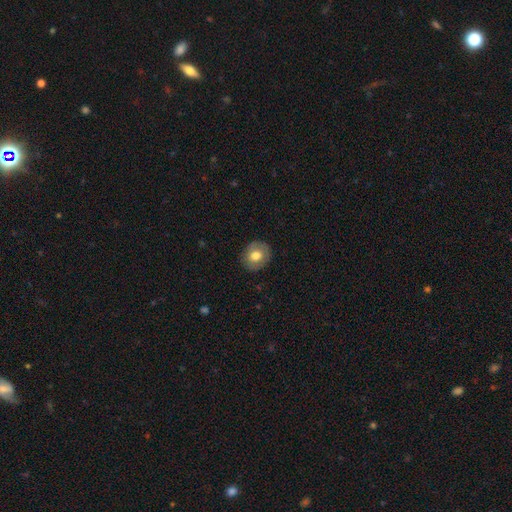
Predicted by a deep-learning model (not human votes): Q: Smooth or featured?
A: smooth (68%); runner-up: featured or disk (24%)
Q: How rounded?
A: round (73%); runner-up: in between (26%)
Q: Merging?
A: none (86%); runner-up: minor disturbance (11%)